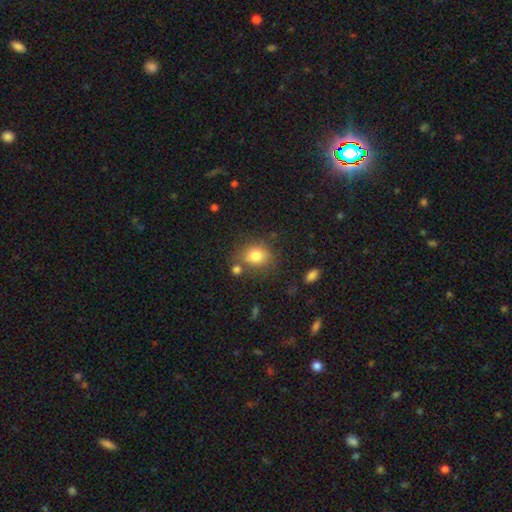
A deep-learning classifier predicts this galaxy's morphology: smooth 79%, star or artifact 11%, featured or disk 10%. Down the decision tree: how rounded — round (62%); merging — none (68%).